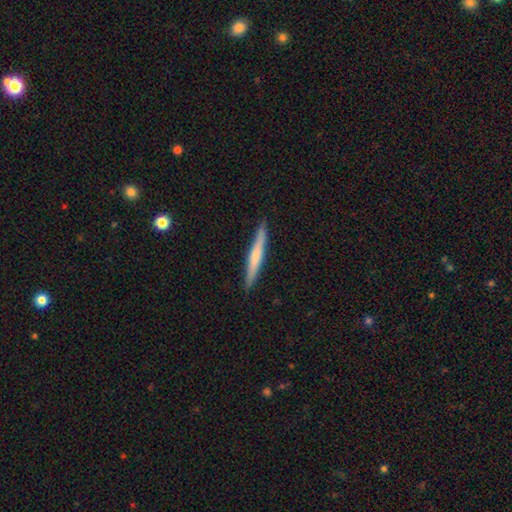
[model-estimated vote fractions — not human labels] A smooth galaxy with no disk features (53%) that is cigar-shaped (96%). Merging: none (91%).